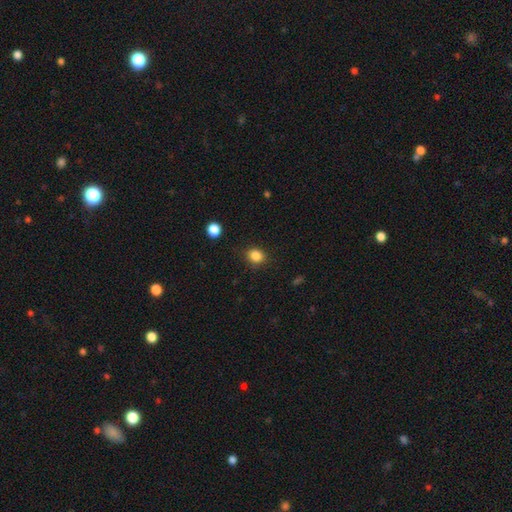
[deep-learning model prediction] Smooth or featured?
  - smooth: 85% *
  - star or artifact: 11%
  - featured or disk: 4%
How rounded?
  - round: 70% *
  - in between: 29%
  - cigar-shaped: 1%
Merging?
  - none: 86% *
  - minor disturbance: 10%
  - major disturbance: 3%
  - merger: 1%